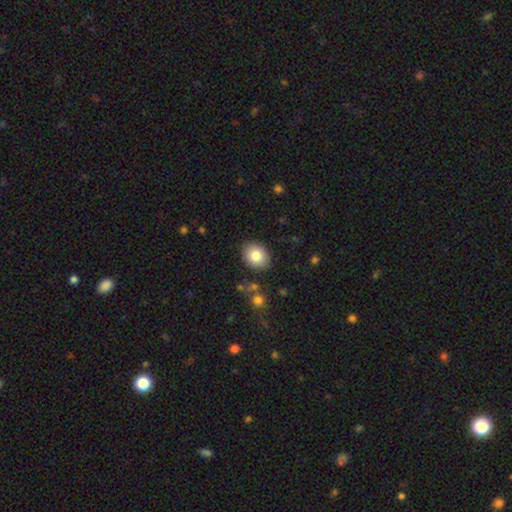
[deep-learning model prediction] smooth-or-featured: smooth: 82% | featured or disk: 10% | star or artifact: 9%
  how-rounded: round: 51% | in between: 48% | cigar-shaped: 1%
  merging: none: 87% | minor disturbance: 9% | major disturbance: 2% | merger: 2%